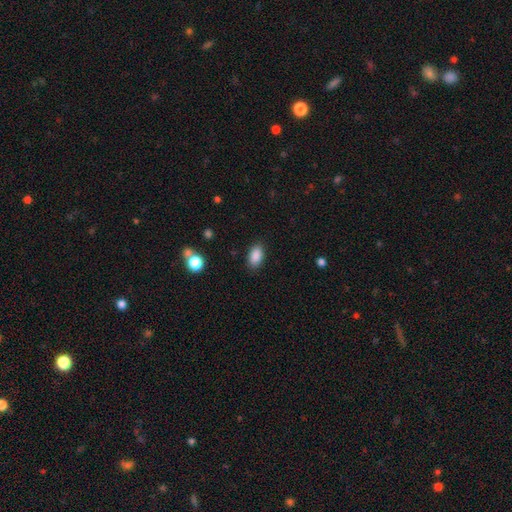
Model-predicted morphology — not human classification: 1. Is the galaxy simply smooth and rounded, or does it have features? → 89% smooth, 8% star or artifact, 4% featured or disk.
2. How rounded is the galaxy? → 91% in between, 7% round, 2% cigar-shaped.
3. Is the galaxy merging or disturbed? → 86% none, 10% minor disturbance, 3% major disturbance, 1% merger.